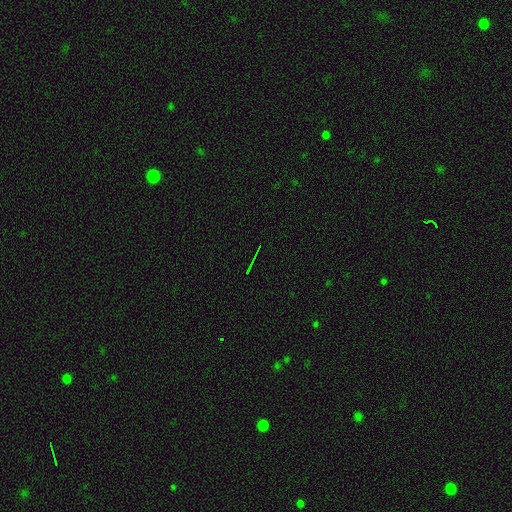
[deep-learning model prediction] Smooth or featured? Predicted: star or artifact (p=0.73).